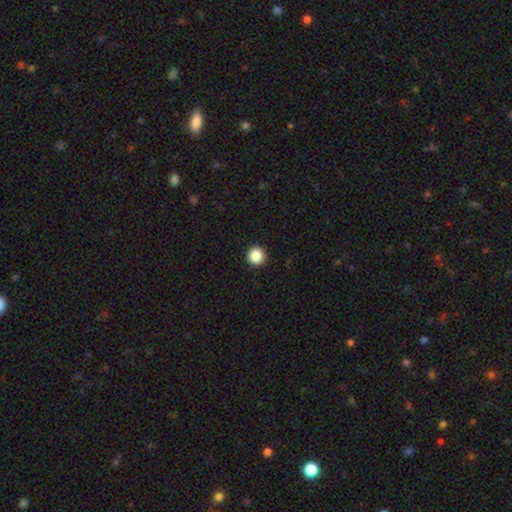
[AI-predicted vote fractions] A smooth galaxy with no disk features (88%) that is round (96%).

Vote fractions:
- Smooth or featured? smooth: 88% / star or artifact: 9% / featured or disk: 3%
- How rounded? round: 96% / in between: 3% / cigar-shaped: 1%
- Merging? none: 94% / minor disturbance: 4% / major disturbance: 1% / merger: 1%